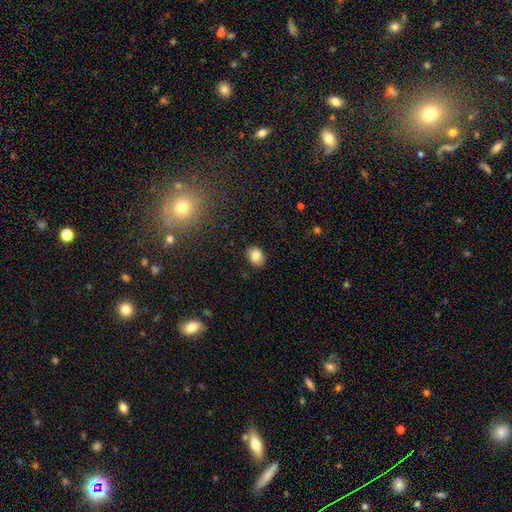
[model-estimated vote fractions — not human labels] Smooth or featured: smooth — 82% (star or artifact — 9%)
How rounded: in between — 61% (round — 38%)
Merging: none — 87% (minor disturbance — 10%)